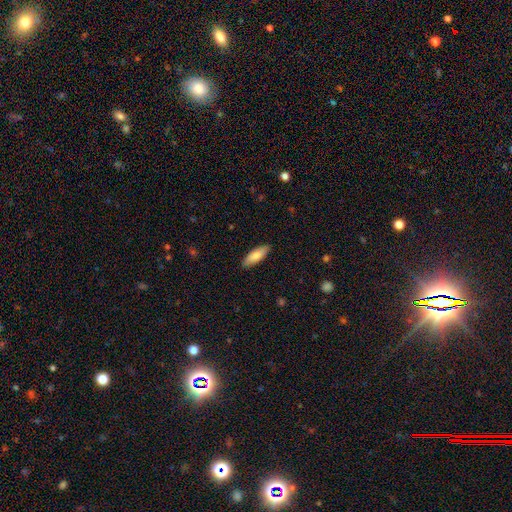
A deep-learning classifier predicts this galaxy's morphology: smooth 83%, featured or disk 11%, star or artifact 6%. Down the decision tree: how rounded — in between (61%); merging — none (89%).